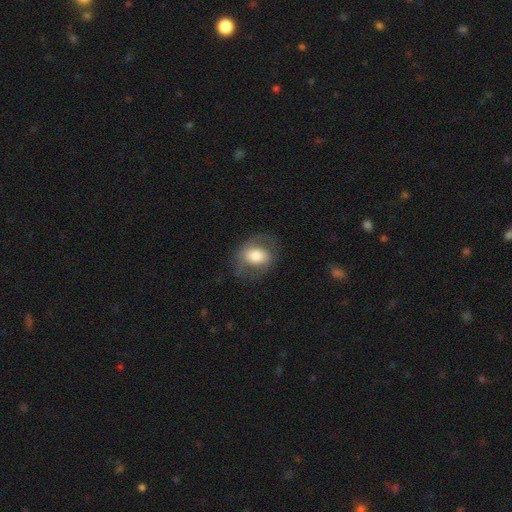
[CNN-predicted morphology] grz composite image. It shows a smooth galaxy with no disk features (56%) that is in between round and cigar-shaped (64%). Merging: none (66%).